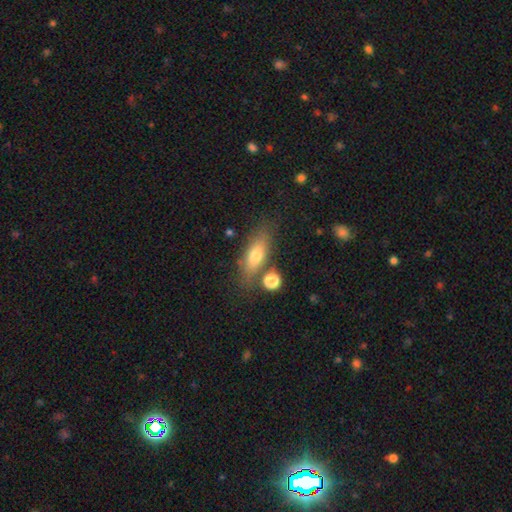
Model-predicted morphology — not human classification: Smooth or featured: smooth — 67% (featured or disk — 24%)
How rounded: in between — 62% (cigar-shaped — 33%)
Merging: none — 73% (minor disturbance — 15%)